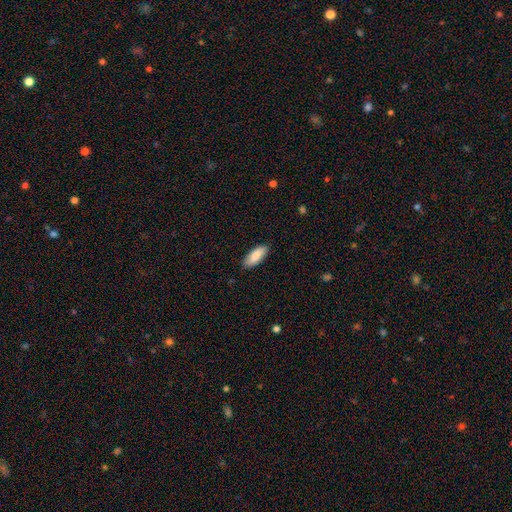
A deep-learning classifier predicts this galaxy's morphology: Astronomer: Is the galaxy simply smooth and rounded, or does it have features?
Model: smooth — 84%.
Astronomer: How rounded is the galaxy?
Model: in between — 77%.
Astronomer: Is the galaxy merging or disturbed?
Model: none — 84%.